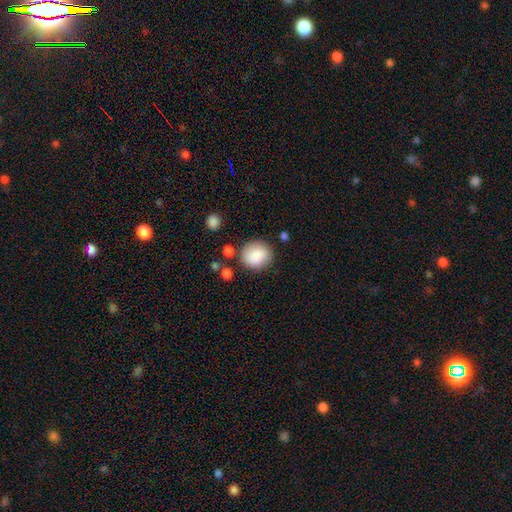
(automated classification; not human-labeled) smooth 87%, star or artifact 8%, featured or disk 6%. Down the decision tree: how rounded — round (78%); merging — none (76%).